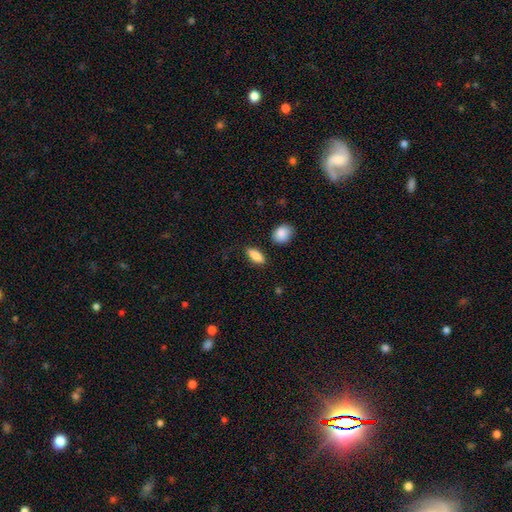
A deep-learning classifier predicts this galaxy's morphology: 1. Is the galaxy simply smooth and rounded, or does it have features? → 88% smooth, 7% star or artifact, 6% featured or disk.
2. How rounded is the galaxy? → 79% in between, 16% cigar-shaped, 4% round.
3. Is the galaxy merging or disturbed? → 82% none, 12% minor disturbance, 3% major disturbance, 3% merger.